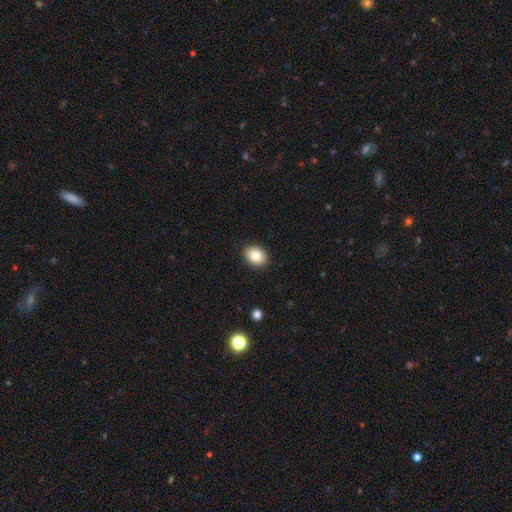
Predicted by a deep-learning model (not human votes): A smooth galaxy with no disk features (84%) that is in between round and cigar-shaped (63%).

Vote fractions:
- Smooth or featured? smooth: 84% / star or artifact: 8% / featured or disk: 8%
- How rounded? in between: 63% / round: 36% / cigar-shaped: 1%
- Merging? none: 90% / minor disturbance: 8% / major disturbance: 2% / merger: 1%